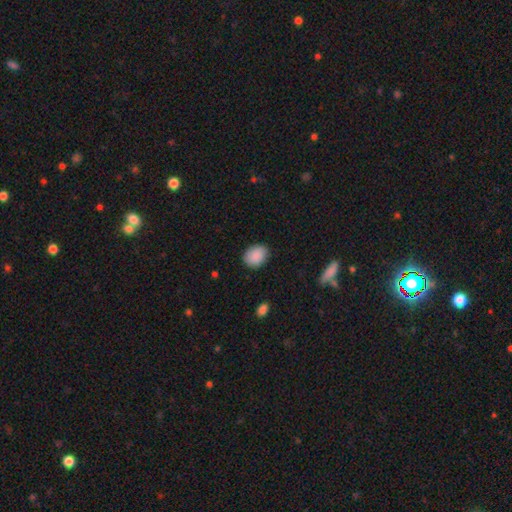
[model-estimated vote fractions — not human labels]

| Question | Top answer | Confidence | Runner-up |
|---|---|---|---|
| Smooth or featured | smooth | 89% | star or artifact (7%) |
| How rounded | in between | 62% | round (38%) |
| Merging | none | 85% | minor disturbance (12%) |